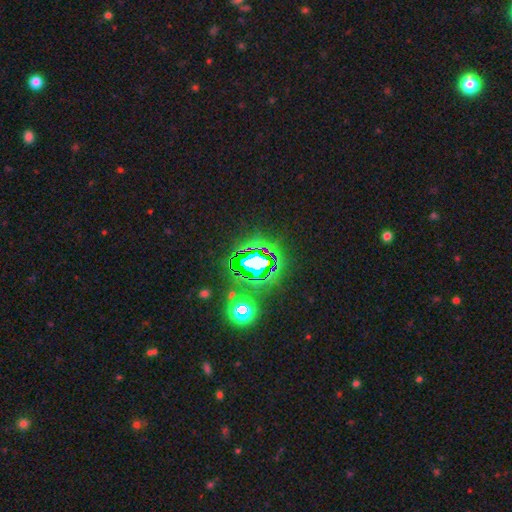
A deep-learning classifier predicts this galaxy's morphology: smooth_or_featured: star or artifact (p=0.73) [alt: smooth p=0.15]